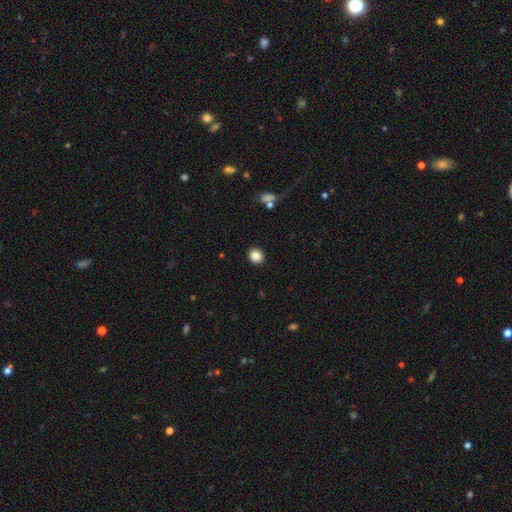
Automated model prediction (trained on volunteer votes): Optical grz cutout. It shows a smooth galaxy with no disk features (87%) that is round (77%). Merging: none (91%).